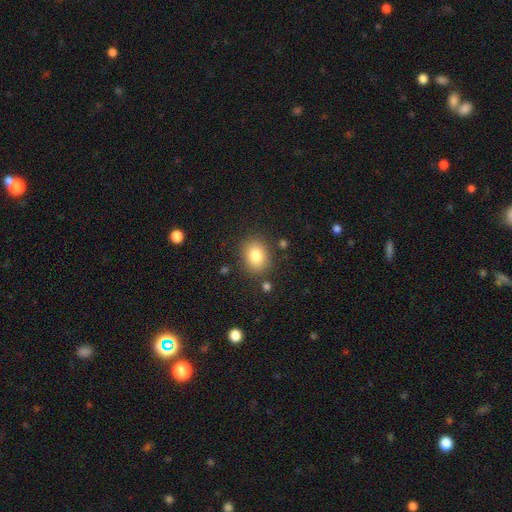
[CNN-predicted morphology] Overall: smooth (81%). How rounded: round (50%; in between 49%). Merging: none (84%).